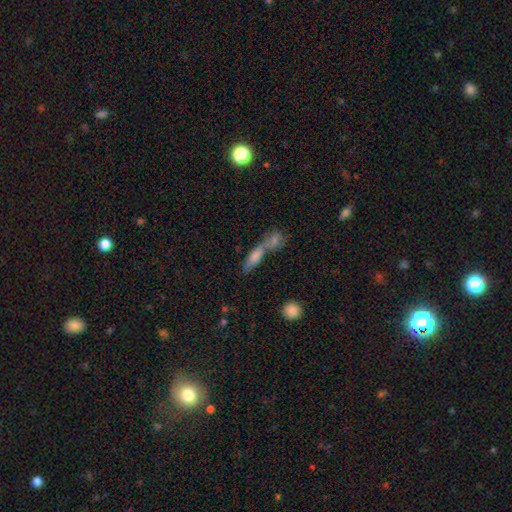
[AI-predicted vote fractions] The model was most divided on "how rounded": cigar-shaped: 50%, in between: 45%, round: 5%. More confident: smooth or featured — smooth (72%); merging — merger (61%).